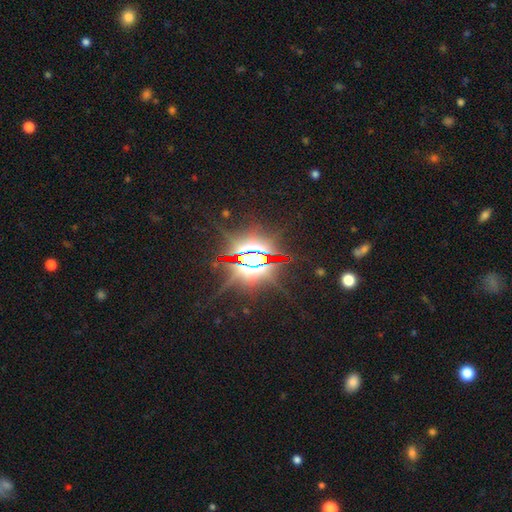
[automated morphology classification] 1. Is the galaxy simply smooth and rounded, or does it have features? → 84% star or artifact, 10% featured or disk, 6% smooth.